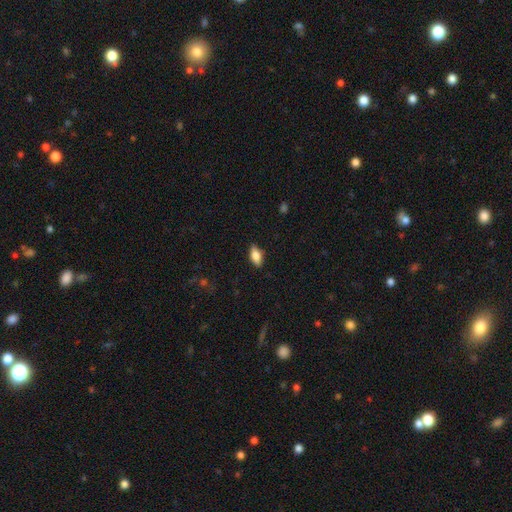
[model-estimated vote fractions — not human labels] Q: Smooth or featured?
A: smooth (73%); runner-up: featured or disk (20%)
Q: How rounded?
A: in between (83%); runner-up: cigar-shaped (13%)
Q: Merging?
A: none (87%); runner-up: minor disturbance (10%)